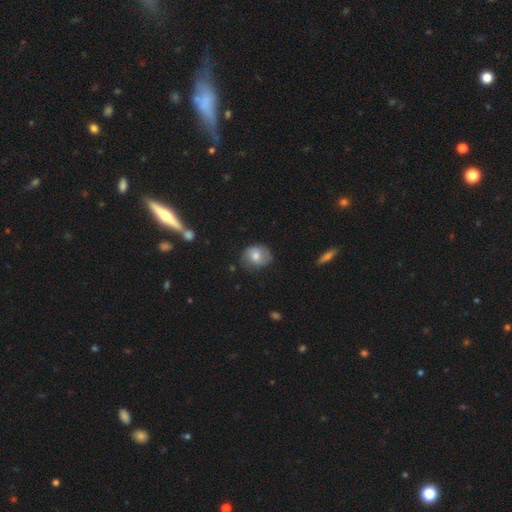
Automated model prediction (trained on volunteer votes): The model was most divided on "how rounded": round: 61%, in between: 38%, cigar-shaped: 1%. More confident: merging — none (70%); smooth or featured — smooth (62%).